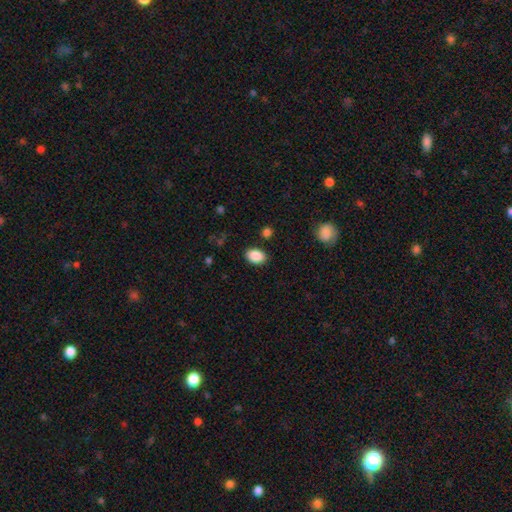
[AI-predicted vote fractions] Smooth or featured?
  - smooth: 89% *
  - star or artifact: 8%
  - featured or disk: 4%
How rounded?
  - in between: 79% *
  - round: 20%
  - cigar-shaped: 1%
Merging?
  - none: 86% *
  - minor disturbance: 10%
  - major disturbance: 3%
  - merger: 2%